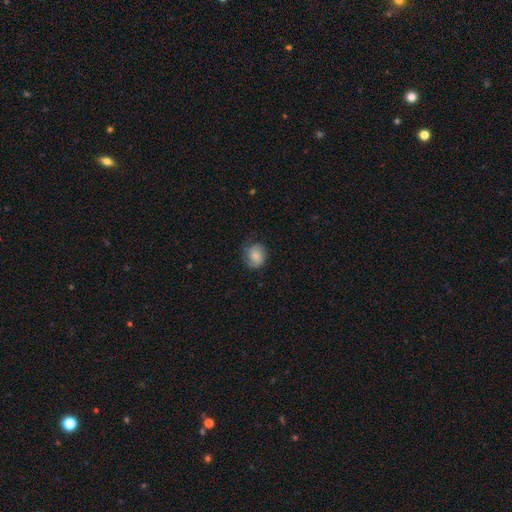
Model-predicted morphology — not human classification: type=smooth (73%); roundness=round (66%); merging=none (60%).